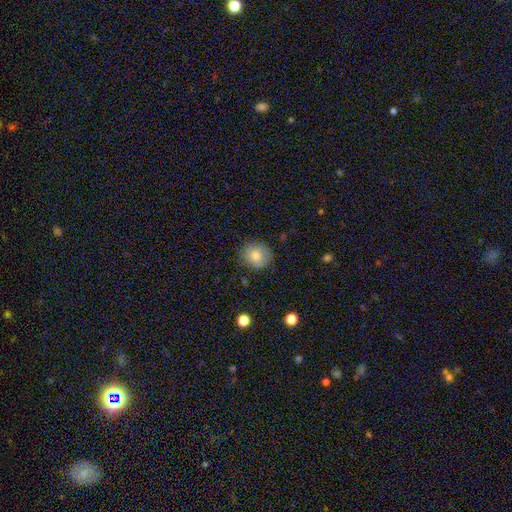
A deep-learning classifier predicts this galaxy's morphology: Q: Smooth or featured?
A: smooth (74%); runner-up: featured or disk (16%)
Q: How rounded?
A: round (88%); runner-up: in between (11%)
Q: Merging?
A: none (84%); runner-up: minor disturbance (12%)